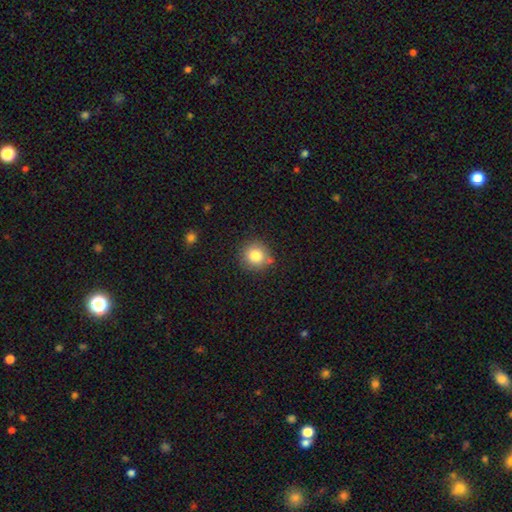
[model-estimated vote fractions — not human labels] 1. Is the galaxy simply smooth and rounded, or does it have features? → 81% smooth, 11% star or artifact, 8% featured or disk.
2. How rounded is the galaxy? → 91% round, 8% in between, 1% cigar-shaped.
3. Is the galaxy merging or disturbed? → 80% none, 12% minor disturbance, 5% merger, 3% major disturbance.